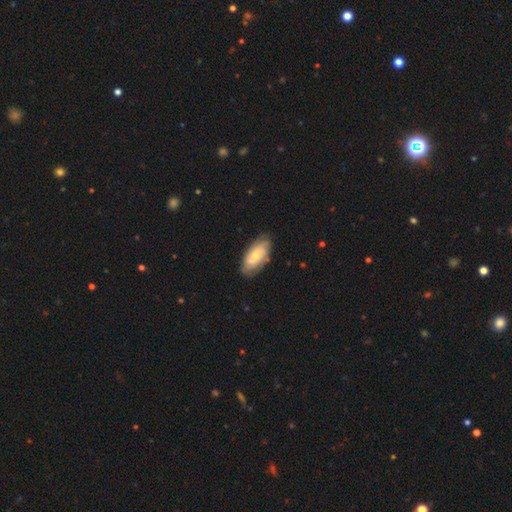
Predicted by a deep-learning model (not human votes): This is possibly a featured or disk galaxy (53%). It is clearly not viewed edge-on (92%). Merging: likely none (76%).